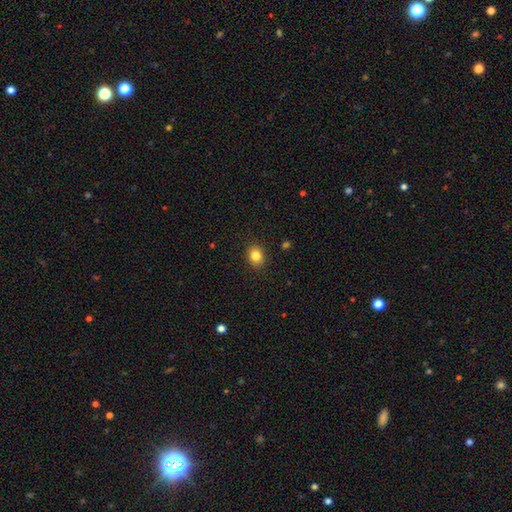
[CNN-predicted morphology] Smooth or featured? smooth (83%)
How rounded? round (61%)
Merging? none (90%)